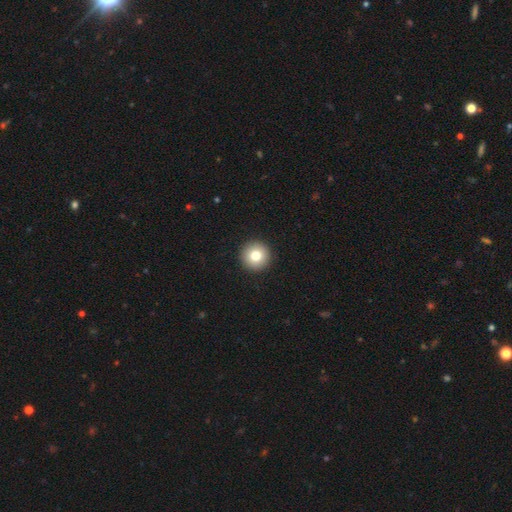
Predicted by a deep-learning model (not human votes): Smooth or featured? smooth (79%)
How rounded? round (96%)
Merging? none (94%)